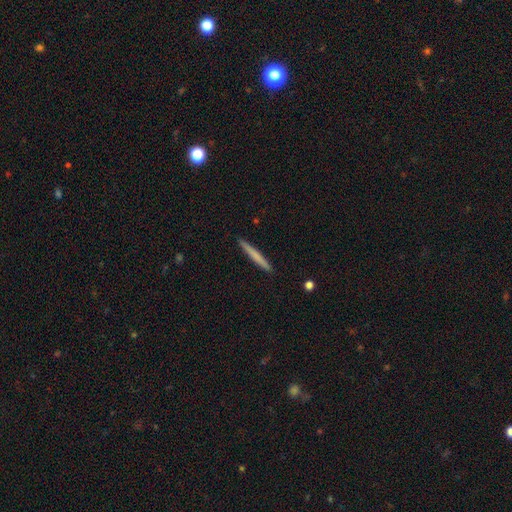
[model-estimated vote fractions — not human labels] Smooth or featured? Predicted: smooth (p=0.67). How rounded? Predicted: cigar-shaped (p=0.97). Merging? Predicted: none (p=0.92).